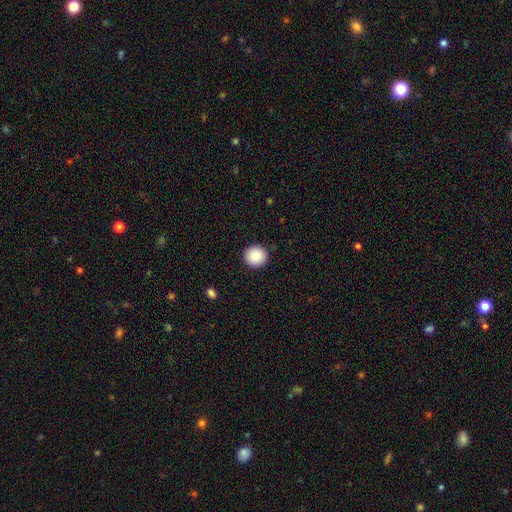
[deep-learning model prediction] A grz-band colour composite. It shows a smooth galaxy with no disk features (86%) that is round (95%). Merging: none (92%).